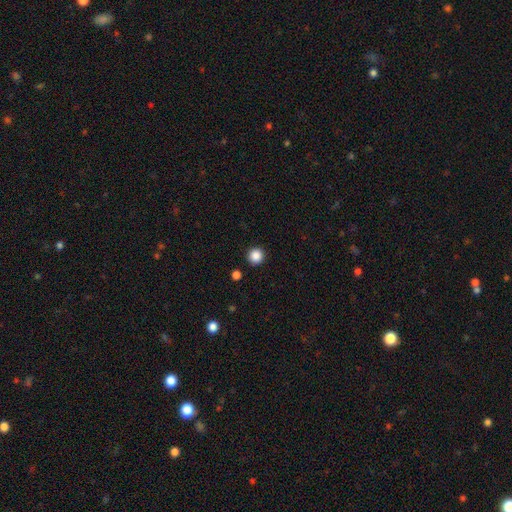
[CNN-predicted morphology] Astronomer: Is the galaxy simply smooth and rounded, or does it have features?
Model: smooth — 87%.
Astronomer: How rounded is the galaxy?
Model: round — 95%.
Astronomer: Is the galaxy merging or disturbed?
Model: none — 92%.